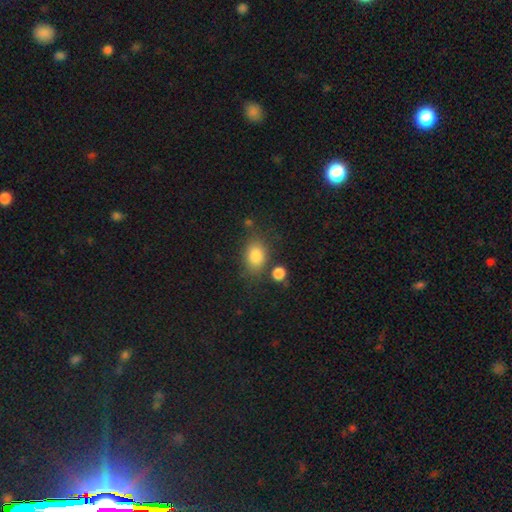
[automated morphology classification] type=smooth (84%); roundness=in between (71%); merging=none (69%).